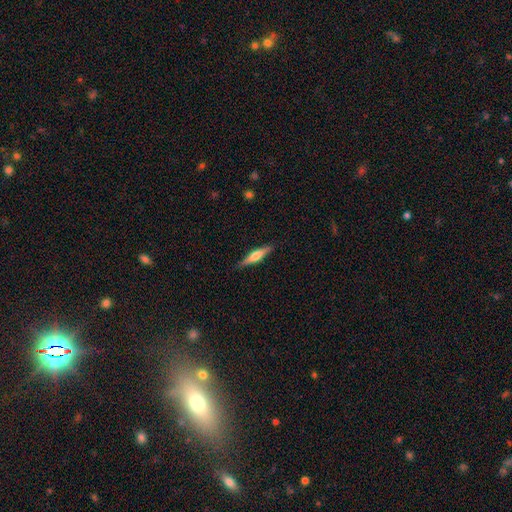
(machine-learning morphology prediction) The model was most divided on "smooth or featured": featured or disk: 51%, smooth: 43%, star or artifact: 6%. More confident: edge-on disk — yes (96%); merging — none (88%).